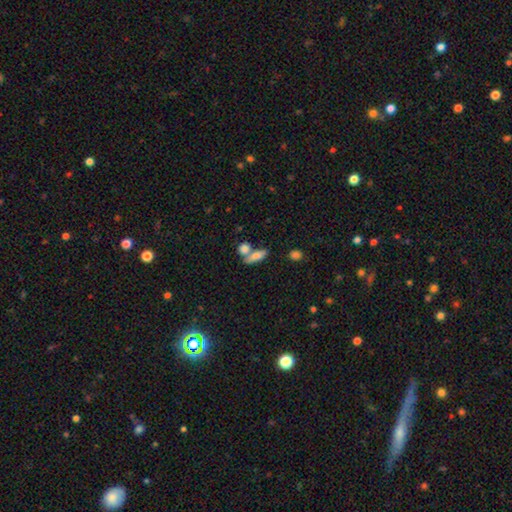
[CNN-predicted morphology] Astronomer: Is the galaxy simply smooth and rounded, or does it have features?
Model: smooth — 76%.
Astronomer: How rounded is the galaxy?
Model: in between — 61%.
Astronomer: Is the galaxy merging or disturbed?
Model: none — 44% (runner-up: merger, 41%).